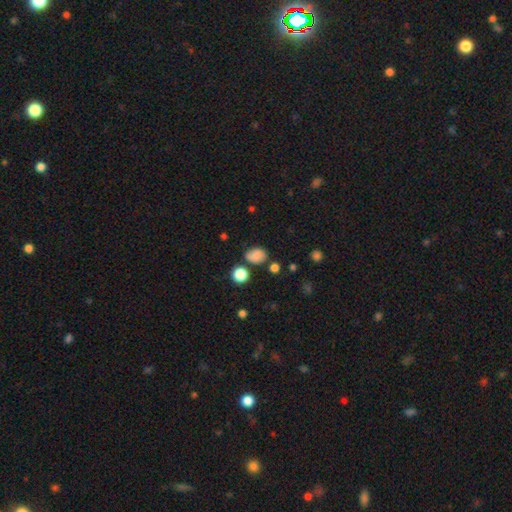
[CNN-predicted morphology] A smooth galaxy with no disk features (80%) that is in between round and cigar-shaped (60%). Merging: none (65%).